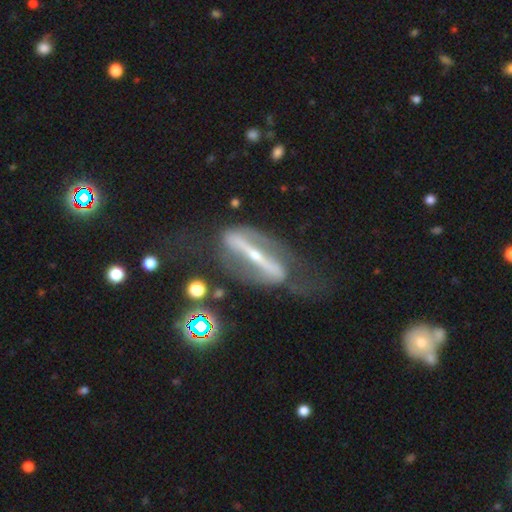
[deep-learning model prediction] This is clearly a featured or disk galaxy (83%). It is likely not viewed edge-on (62%). Bar: clearly strong (85%). Spiral arm pattern: likely yes (65%). Central bulge: likely small (70%). Merging: possibly none (48%).